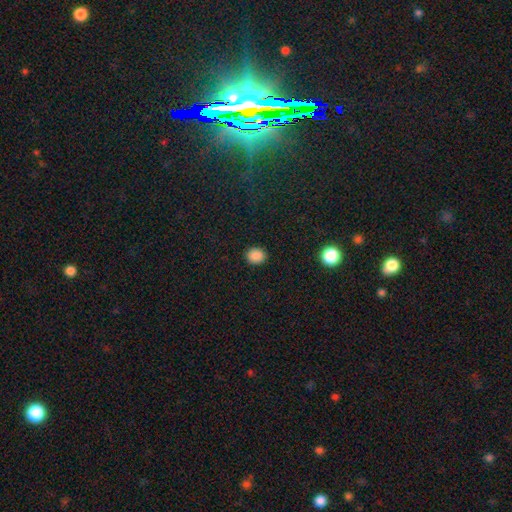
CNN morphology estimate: The model was most divided on "how rounded": round: 68%, in between: 31%, cigar-shaped: 1%. More confident: merging — none (90%); smooth or featured — smooth (87%).